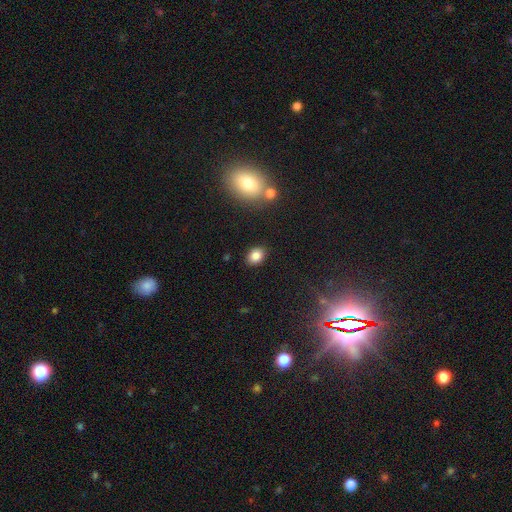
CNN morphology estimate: smooth 84%, star or artifact 10%, featured or disk 6%. Down the decision tree: how rounded — in between (66%); merging — none (86%).